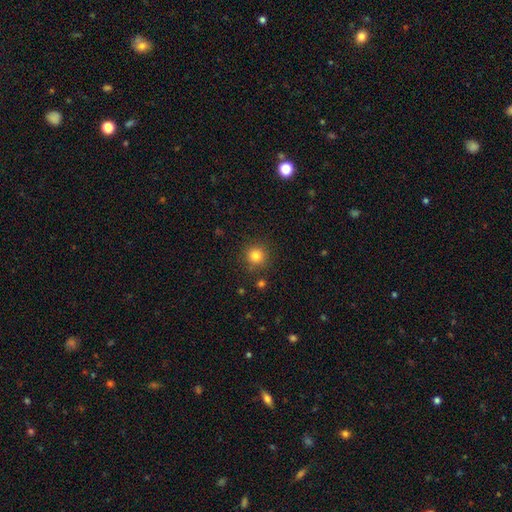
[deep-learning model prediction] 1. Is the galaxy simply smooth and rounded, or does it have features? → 82% smooth, 13% star or artifact, 6% featured or disk.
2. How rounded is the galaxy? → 94% round, 5% in between, 1% cigar-shaped.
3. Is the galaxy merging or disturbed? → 87% none, 7% minor disturbance, 3% merger, 2% major disturbance.